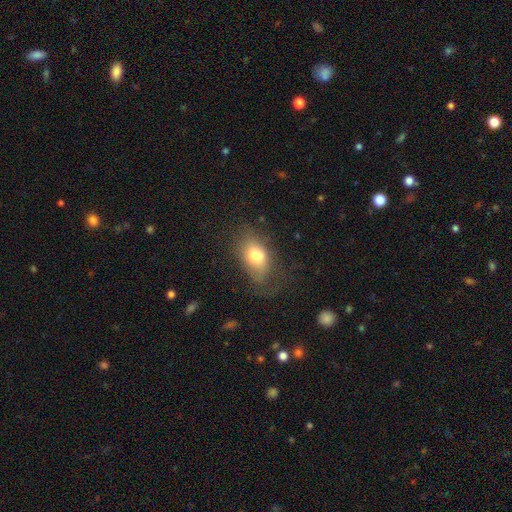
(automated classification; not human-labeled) Overall: smooth (73%). How rounded: in between (86%). Merging: none (48%; minor disturbance 27%).